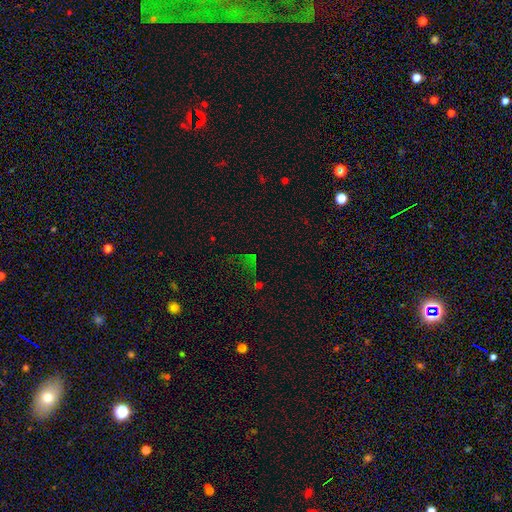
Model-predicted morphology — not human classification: smooth_or_featured: star or artifact (p=0.63) [alt: smooth p=0.25]